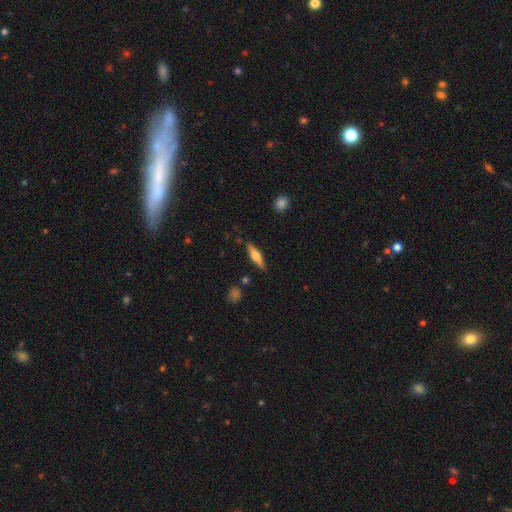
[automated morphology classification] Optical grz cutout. It shows a featured or disk galaxy (55%) viewed edge-on (95%) with a rounded central bulge (91%). Merging: none (86%).